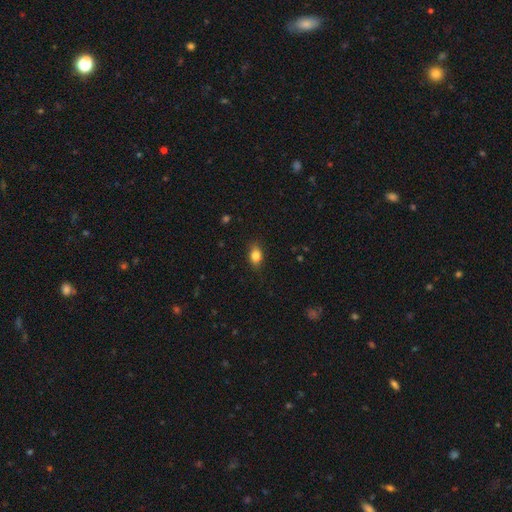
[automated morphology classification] Smooth or featured? smooth (84%)
How rounded? in between (77%)
Merging? none (84%)